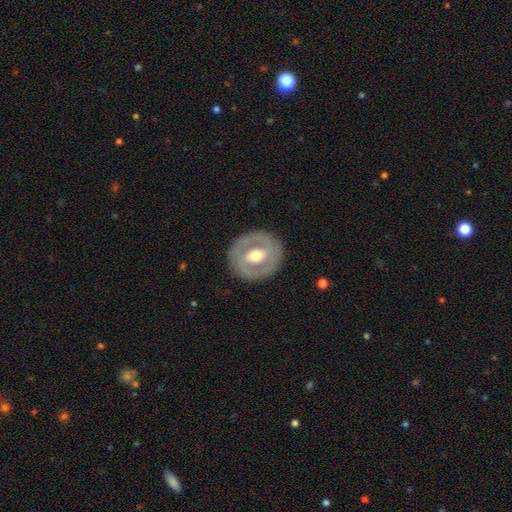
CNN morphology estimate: smooth-or-featured: featured or disk: 69% | smooth: 27% | star or artifact: 5%
  disk-edge-on: no: 95% | yes: 5%
    bar: weak: 36% (tied) | no: 36% (tied) | strong: 27%
    has-spiral-arms: no: 68% | yes: 32%
    bulge-size: moderate: 73% | large: 14% | small: 11% | dominant: 1% | none: 1%
  merging: none: 85% | minor disturbance: 10% | major disturbance: 4% | merger: 1%